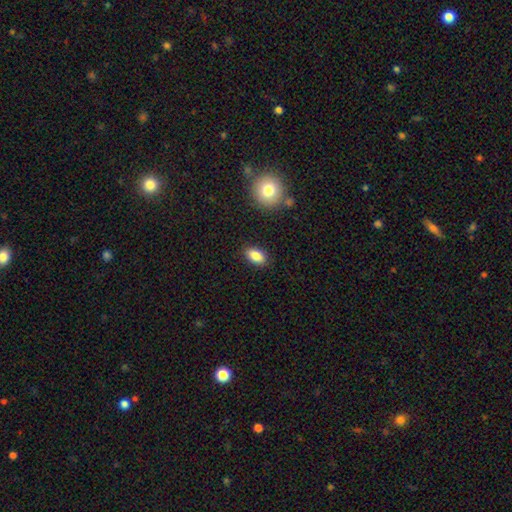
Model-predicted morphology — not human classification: Q: Smooth or featured?
A: smooth (84%); runner-up: star or artifact (8%)
Q: How rounded?
A: in between (89%); runner-up: round (8%)
Q: Merging?
A: none (87%); runner-up: minor disturbance (9%)